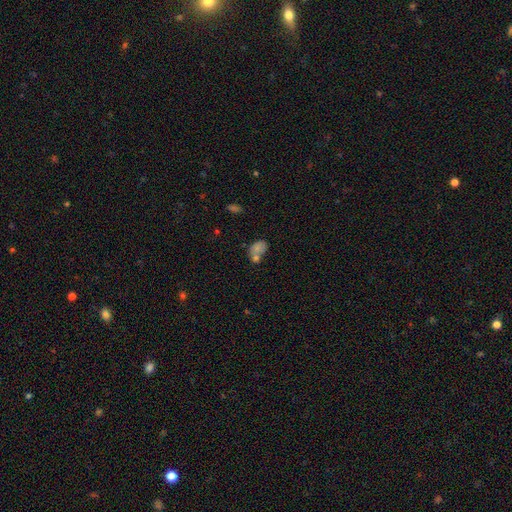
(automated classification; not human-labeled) Smooth or featured?
  - smooth: 62% *
  - star or artifact: 21%
  - featured or disk: 17%
How rounded?
  - in between: 64% *
  - round: 33%
  - cigar-shaped: 2%
Merging?
  - none: 44% *
  - merger: 33%
  - minor disturbance: 15%
  - major disturbance: 8%